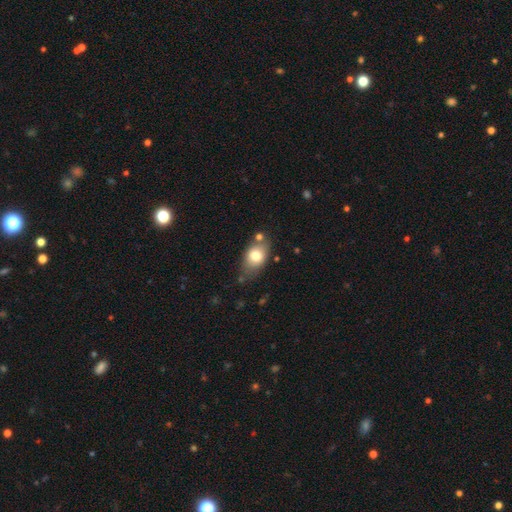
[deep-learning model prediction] Morphology: type=smooth (76%); roundness=in between (82%); merging=none (67%).